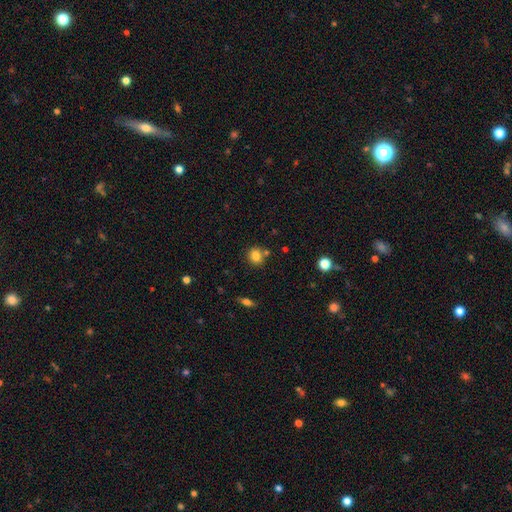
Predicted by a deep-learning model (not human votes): Q: Smooth or featured?
A: smooth (82%); runner-up: star or artifact (11%)
Q: How rounded?
A: round (75%); runner-up: in between (24%)
Q: Merging?
A: none (73%); runner-up: merger (13%)